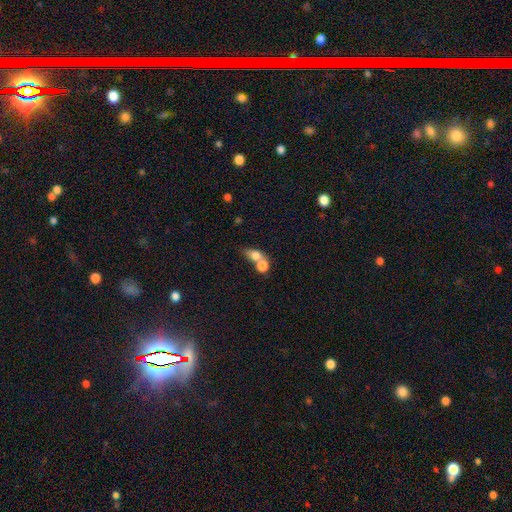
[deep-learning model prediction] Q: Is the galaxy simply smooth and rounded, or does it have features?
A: smooth — 74%.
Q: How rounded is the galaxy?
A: in between — 55%.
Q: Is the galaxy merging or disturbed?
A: merger — 62%.